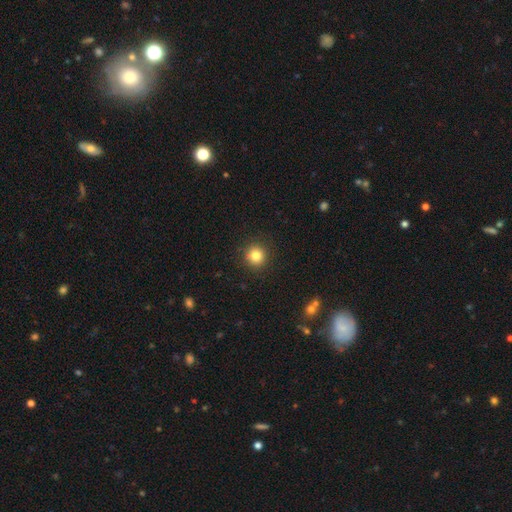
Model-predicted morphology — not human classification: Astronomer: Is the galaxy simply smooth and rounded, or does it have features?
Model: smooth — 82%.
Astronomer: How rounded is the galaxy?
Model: round — 93%.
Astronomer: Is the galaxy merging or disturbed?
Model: none — 91%.